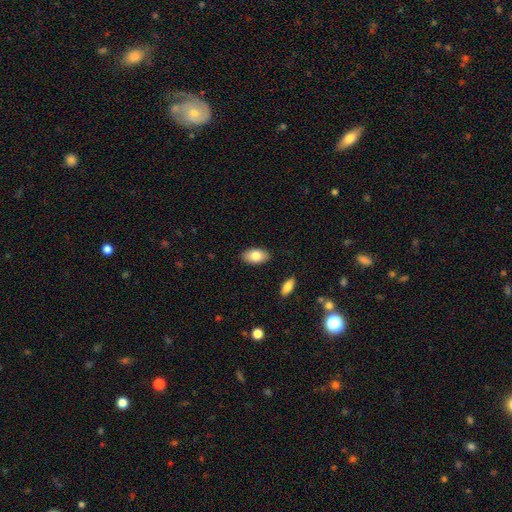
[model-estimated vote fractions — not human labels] Smooth or featured?
  - smooth: 82% *
  - featured or disk: 12%
  - star or artifact: 7%
How rounded?
  - in between: 94% *
  - round: 4%
  - cigar-shaped: 2%
Merging?
  - none: 87% *
  - minor disturbance: 9%
  - major disturbance: 2%
  - merger: 2%